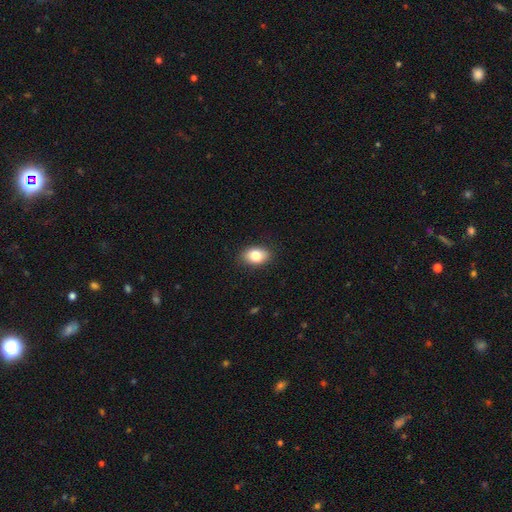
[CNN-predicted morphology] smooth-or-featured: smooth: 83% | featured or disk: 9% | star or artifact: 8%
  how-rounded: in between: 83% | round: 16% | cigar-shaped: 1%
  merging: none: 87% | minor disturbance: 10% | major disturbance: 2% | merger: 1%